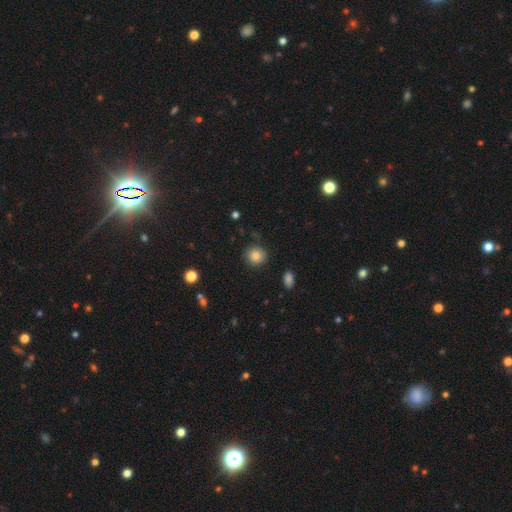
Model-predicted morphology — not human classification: A smooth galaxy with no disk features (84%) that is round (88%).

Vote fractions:
- Smooth or featured? smooth: 84% / star or artifact: 10% / featured or disk: 6%
- How rounded? round: 88% / in between: 11% / cigar-shaped: 1%
- Merging? none: 85% / minor disturbance: 10% / major disturbance: 3% / merger: 2%